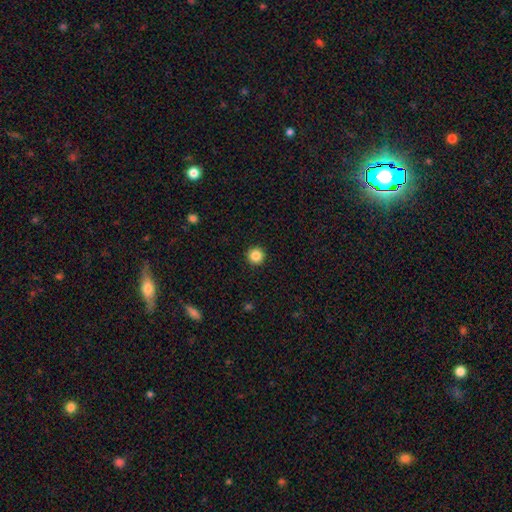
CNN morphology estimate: A smooth galaxy with no disk features (86%) that is round (96%). Merging: none (94%).